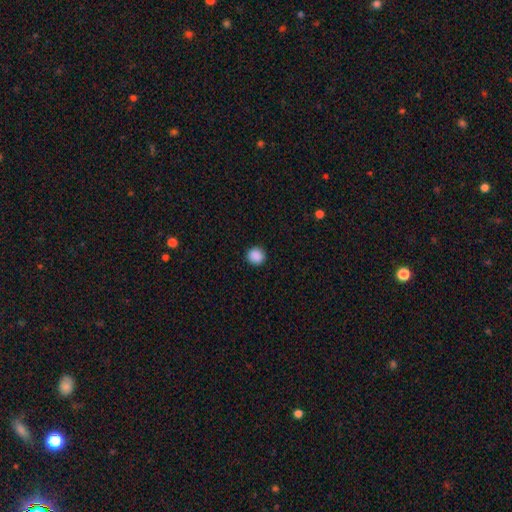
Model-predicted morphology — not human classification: Q: Smooth or featured?
A: smooth (89%); runner-up: star or artifact (9%)
Q: How rounded?
A: round (92%); runner-up: in between (7%)
Q: Merging?
A: none (92%); runner-up: minor disturbance (5%)